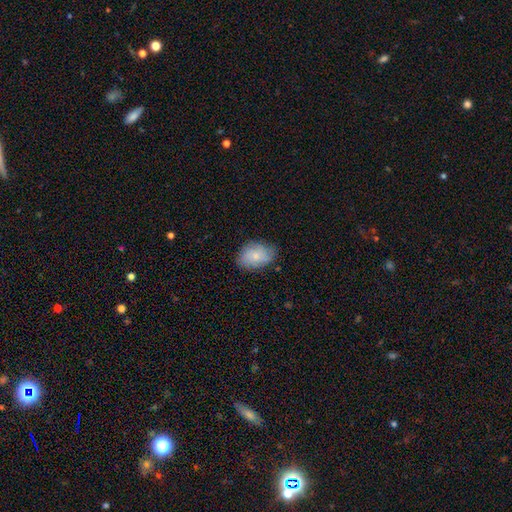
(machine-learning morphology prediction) Smooth or featured? Predicted: smooth (p=0.74). How rounded? Predicted: in between (p=0.80). Merging? Predicted: none (p=0.76).